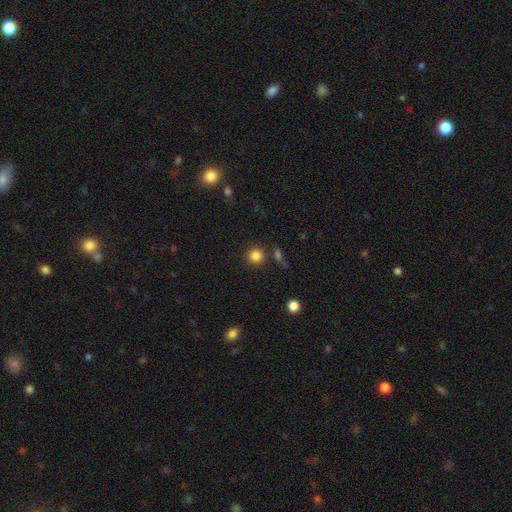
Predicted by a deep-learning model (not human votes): smooth_or_featured: smooth (p=0.83) [alt: star or artifact p=0.12]
how_rounded: round (p=0.93) [alt: in between p=0.06]
merging: none (p=0.84) [alt: minor disturbance p=0.07]